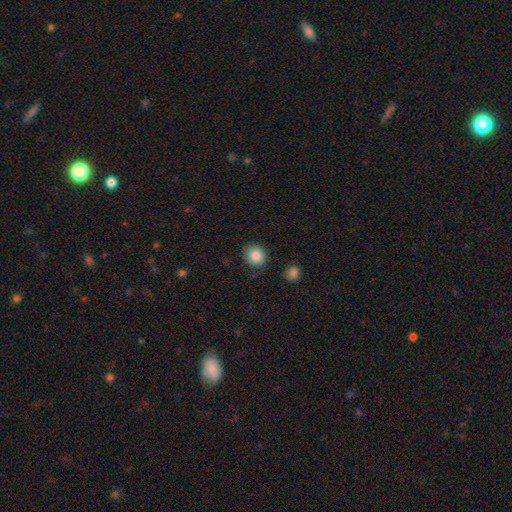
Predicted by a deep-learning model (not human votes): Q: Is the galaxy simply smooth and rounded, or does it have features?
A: smooth — 86%.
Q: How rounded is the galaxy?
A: round — 81%.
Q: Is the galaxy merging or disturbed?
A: none — 72%.